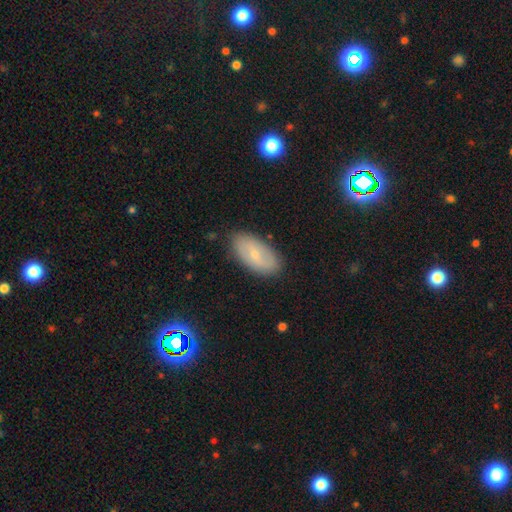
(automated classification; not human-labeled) Smooth or featured: smooth — 57% (featured or disk — 35%)
How rounded: in between — 93% (cigar-shaped — 3%)
Merging: none — 84% (minor disturbance — 12%)